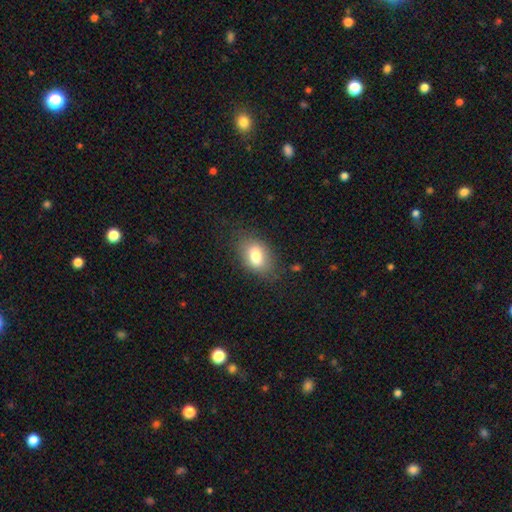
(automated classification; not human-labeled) Morphology: type=smooth (78%); roundness=in between (87%); merging=none (74%).